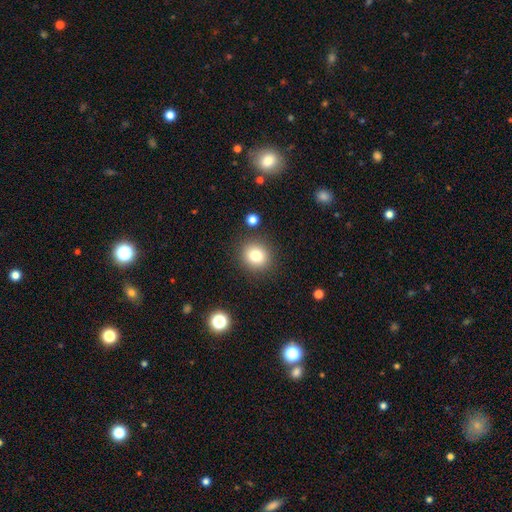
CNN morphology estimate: Q: Smooth or featured?
A: smooth (80%); runner-up: star or artifact (12%)
Q: How rounded?
A: round (85%); runner-up: in between (14%)
Q: Merging?
A: none (87%); runner-up: minor disturbance (8%)